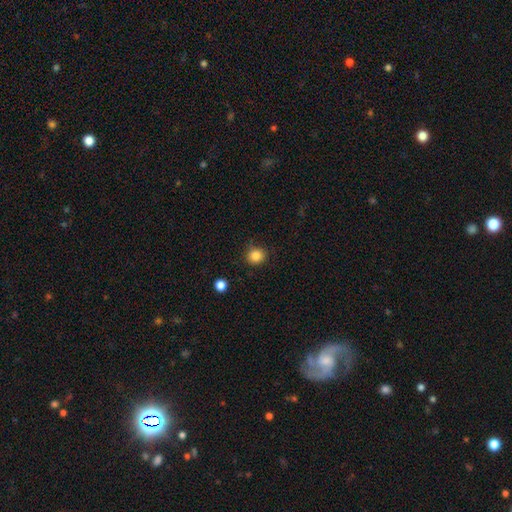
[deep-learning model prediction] Smooth or featured? Predicted: smooth (p=0.85). How rounded? Predicted: round (p=0.86). Merging? Predicted: none (p=0.85).